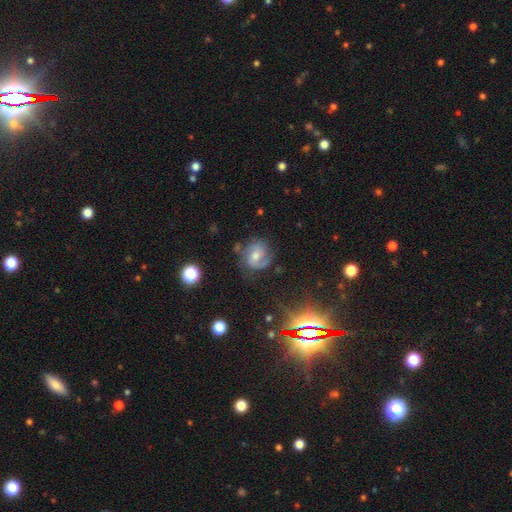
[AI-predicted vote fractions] Smooth or featured?
  - featured or disk: 57% *
  - smooth: 30%
  - star or artifact: 13%
Edge-on disk?
  - no: 97% *
  - yes: 3%
Bar?
  - no: 50% *
  - weak: 40%
  - strong: 9%
Spiral arms?
  - yes: 85% *
  - no: 15%
Bulge size?
  - moderate: 57% *
  - small: 28%
  - large: 8%
  - none: 6%
  - dominant: 1%
Merging?
  - none: 60% *
  - minor disturbance: 23%
  - major disturbance: 14%
  - merger: 3%